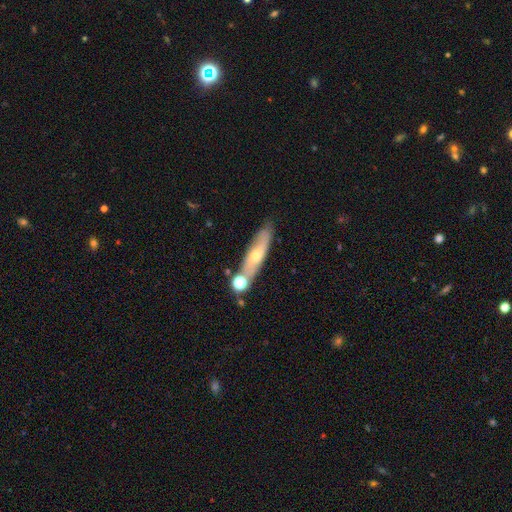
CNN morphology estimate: Smooth or featured? Predicted: featured or disk (p=0.50). Edge-on disk? Predicted: yes (p=0.54). Merging? Predicted: none (p=0.67).